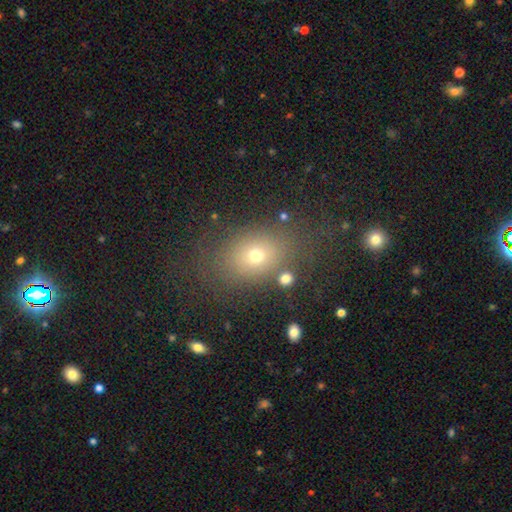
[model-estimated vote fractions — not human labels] This appears to be a smooth galaxy with no disk features (66%) that is in between round and cigar-shaped (59%). Merging: none (74%).